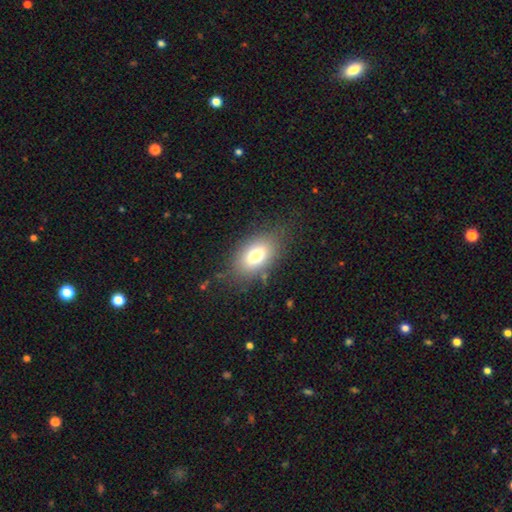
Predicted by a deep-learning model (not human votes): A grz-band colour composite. It shows a smooth galaxy with no disk features (74%) that is in between round and cigar-shaped (88%). Merging: none (77%).